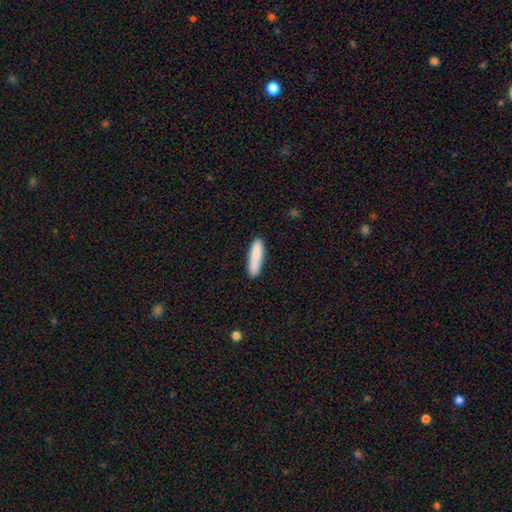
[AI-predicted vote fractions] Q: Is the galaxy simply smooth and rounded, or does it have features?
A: smooth — 85%.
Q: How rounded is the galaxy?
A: cigar-shaped — 75%.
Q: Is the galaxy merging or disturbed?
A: none — 83%.